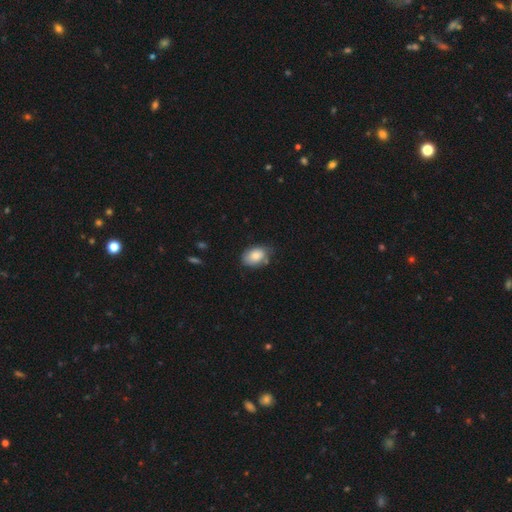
smooth 73%, featured or disk 22%, star or artifact 5%. Down the decision tree: how rounded — in between (78%); merging — none (57%).